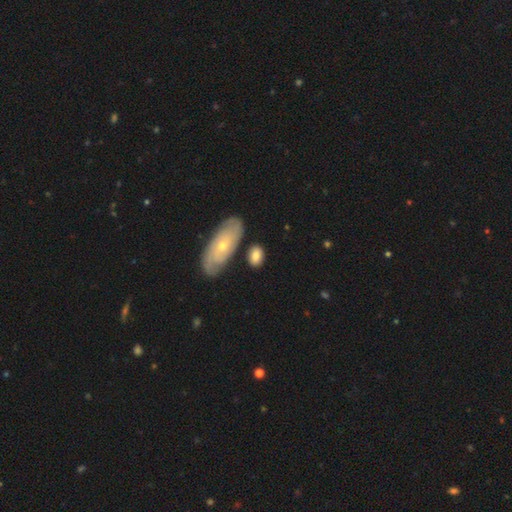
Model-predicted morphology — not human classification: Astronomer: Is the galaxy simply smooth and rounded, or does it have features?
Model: smooth — 77%.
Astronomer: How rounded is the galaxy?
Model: in between — 82%.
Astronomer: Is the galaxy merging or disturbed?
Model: none — 71%.